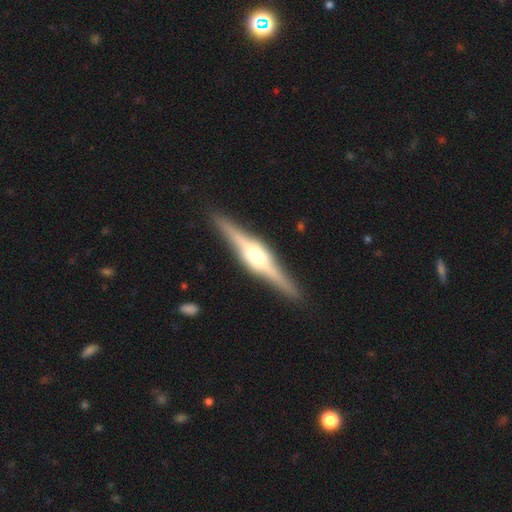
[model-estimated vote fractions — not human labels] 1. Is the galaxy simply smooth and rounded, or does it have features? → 84% featured or disk, 12% smooth, 5% star or artifact.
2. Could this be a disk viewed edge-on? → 98% yes, 2% no.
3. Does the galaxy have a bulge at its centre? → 80% rounded, 18% boxy, 3% none.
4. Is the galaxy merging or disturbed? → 90% none, 7% minor disturbance, 2% major disturbance, 1% merger.